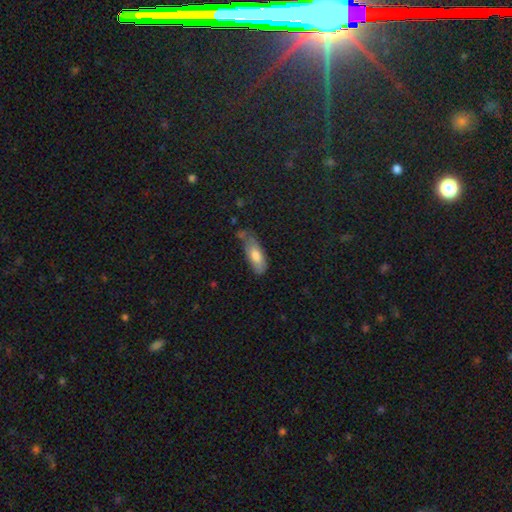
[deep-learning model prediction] A smooth galaxy with no disk features (74%) that is in between round and cigar-shaped (74%).

Vote fractions:
- Smooth or featured? smooth: 74% / featured or disk: 19% / star or artifact: 7%
- How rounded? in between: 74% / cigar-shaped: 24% / round: 2%
- Merging? none: 47% / minor disturbance: 36% / major disturbance: 11% / merger: 5%